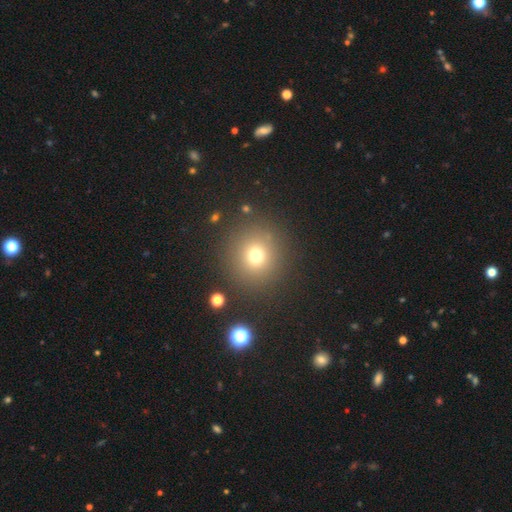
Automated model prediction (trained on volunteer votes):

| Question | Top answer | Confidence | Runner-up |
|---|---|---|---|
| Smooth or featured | smooth | 71% | star or artifact (19%) |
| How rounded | round | 91% | in between (8%) |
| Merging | none | 87% | minor disturbance (7%) |